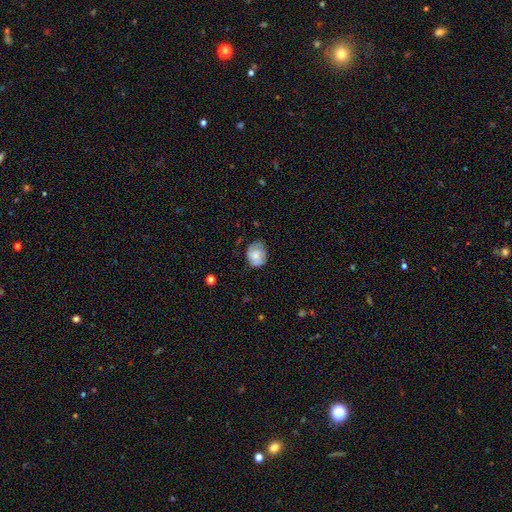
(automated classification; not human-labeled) A smooth galaxy with no disk features (61%) that is round (56%).

Vote fractions:
- Smooth or featured? smooth: 61% / featured or disk: 31% / star or artifact: 8%
- How rounded? round: 56% / in between: 43% / cigar-shaped: 1%
- Merging? none: 57% / minor disturbance: 32% / major disturbance: 9% / merger: 1%